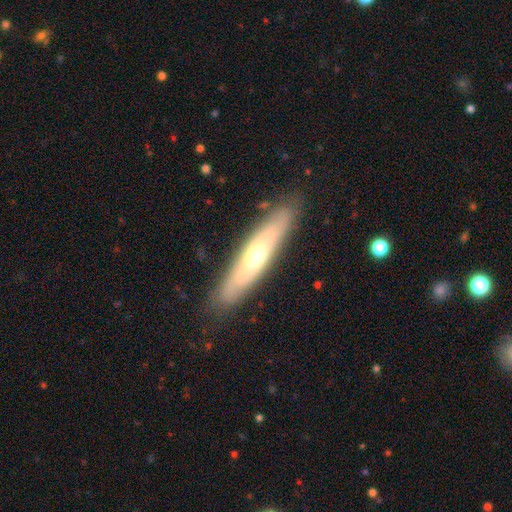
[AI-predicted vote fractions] smooth_or_featured: featured or disk (p=0.48) [alt: smooth p=0.46]
merging: none (p=0.85) [alt: minor disturbance p=0.11]